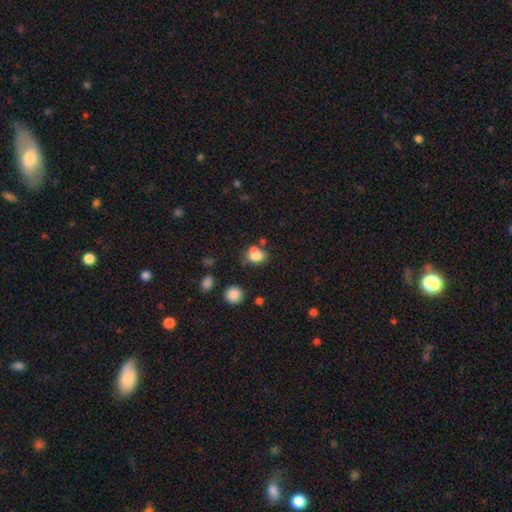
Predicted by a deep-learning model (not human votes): smooth_or_featured: smooth (p=0.78) [alt: star or artifact p=0.12]
how_rounded: round (p=0.50) [alt: in between p=0.48]
merging: none (p=0.46) [alt: merger p=0.28]